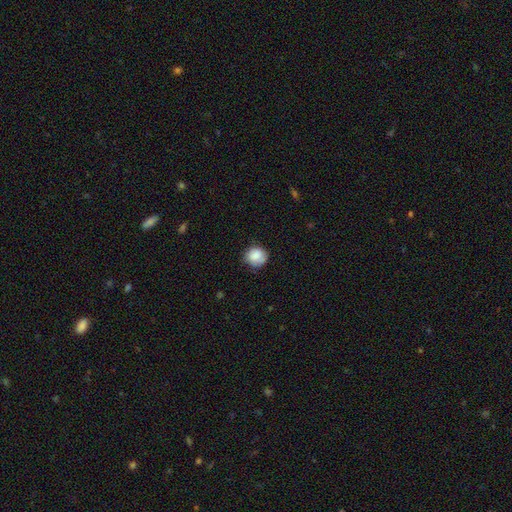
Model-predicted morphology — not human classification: Smooth or featured? smooth (83%)
How rounded? round (83%)
Merging? none (70%)